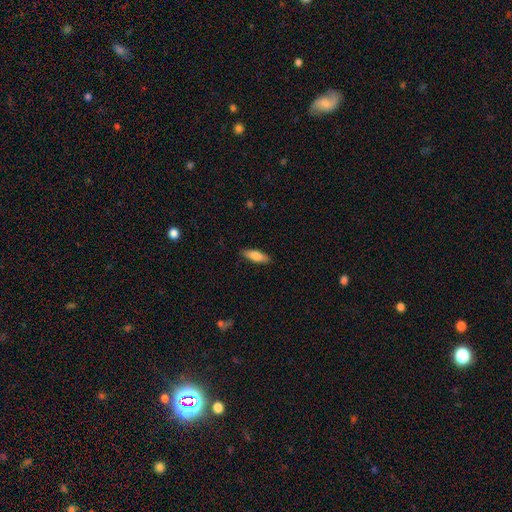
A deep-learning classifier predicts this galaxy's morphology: smooth_or_featured: smooth (p=0.80) [alt: featured or disk p=0.14]
how_rounded: in between (p=0.56) [alt: cigar-shaped p=0.42]
merging: none (p=0.87) [alt: minor disturbance p=0.10]